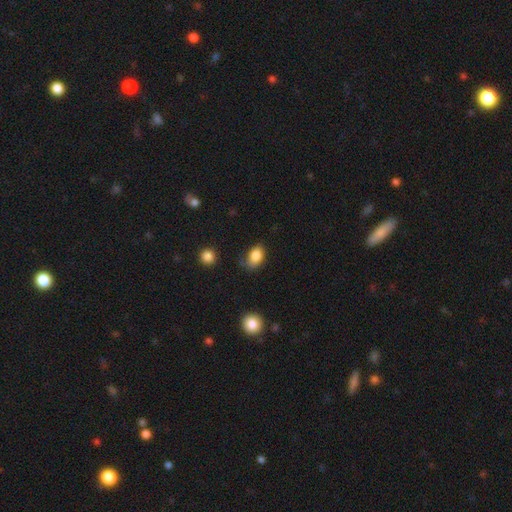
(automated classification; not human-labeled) Morphology: type=smooth (85%); roundness=in between (82%); merging=none (62%).